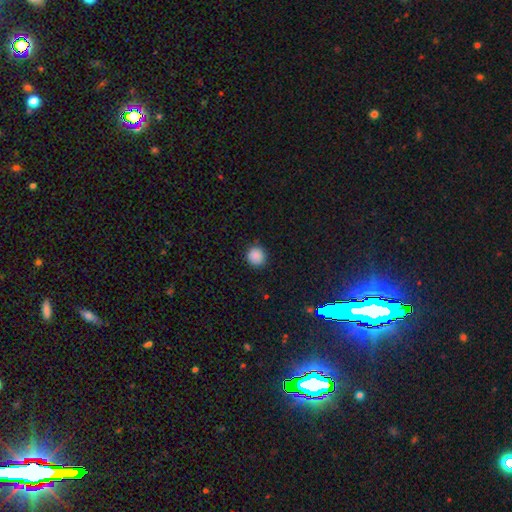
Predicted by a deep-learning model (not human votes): This is clearly a smooth galaxy (86%). How rounded: clearly round (93%). Merging: clearly none (89%).